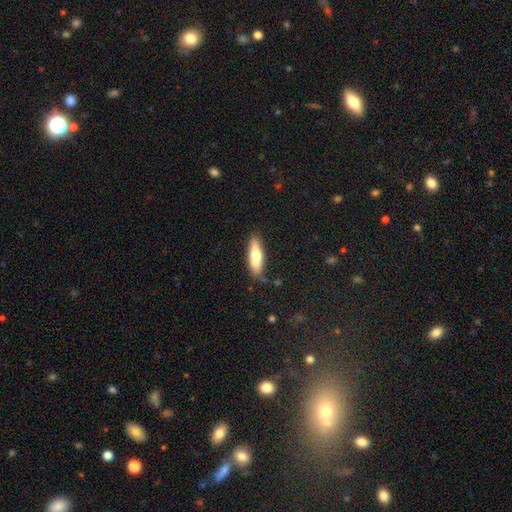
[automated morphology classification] This is likely a smooth galaxy (64%). How rounded: possibly cigar-shaped (55%). Merging: clearly none (80%).